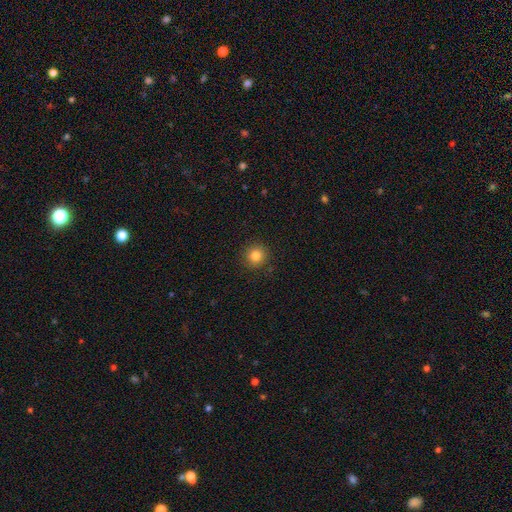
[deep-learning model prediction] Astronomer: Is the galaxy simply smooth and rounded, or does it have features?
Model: smooth — 83%.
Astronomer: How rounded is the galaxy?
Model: round — 94%.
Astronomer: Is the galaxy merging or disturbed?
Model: none — 91%.